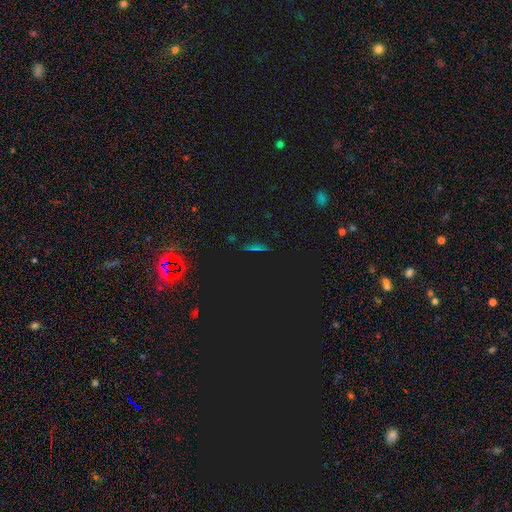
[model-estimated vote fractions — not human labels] star or artifact 63%, smooth 26%, featured or disk 11%.